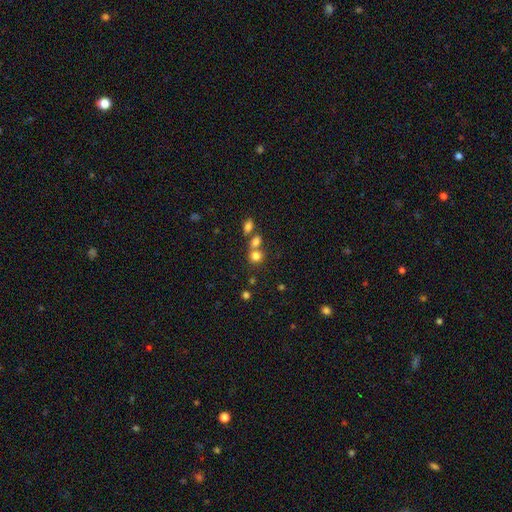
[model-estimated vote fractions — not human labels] A smooth galaxy with no disk features (77%) that is round (73%). Merging: none (47%).